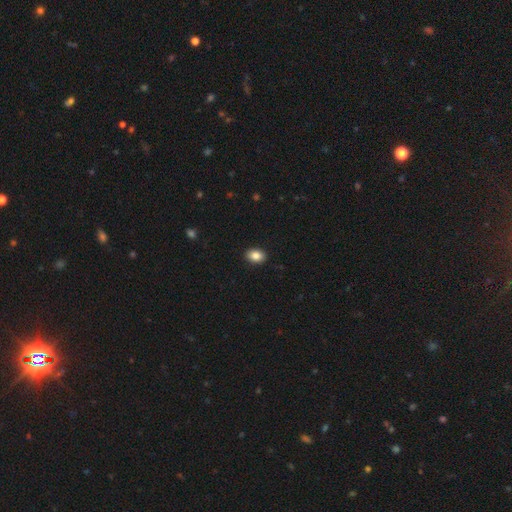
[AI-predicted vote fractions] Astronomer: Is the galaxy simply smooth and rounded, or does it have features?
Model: smooth — 87%.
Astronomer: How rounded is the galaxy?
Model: in between — 75%.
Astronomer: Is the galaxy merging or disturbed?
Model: none — 91%.